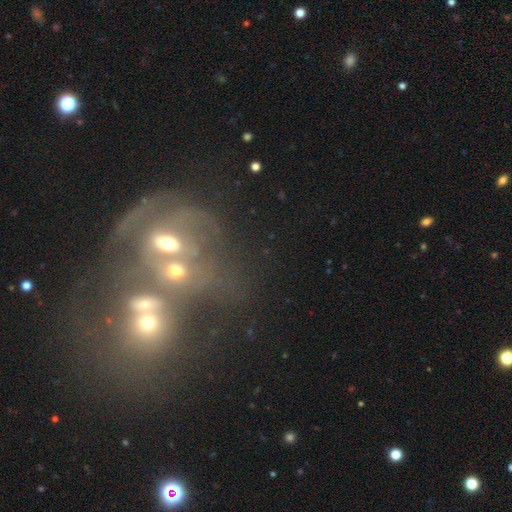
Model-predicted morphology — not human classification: Smooth or featured: featured or disk — 40% (star or artifact — 32%)
Merging: merger — 62% (none — 19%)